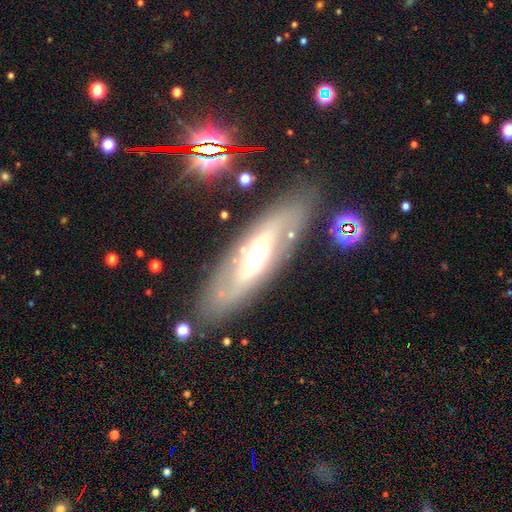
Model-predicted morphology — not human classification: Smooth or featured? Predicted: featured or disk (p=0.58). Edge-on disk? Predicted: no (p=0.61). Merging? Predicted: none (p=0.80).